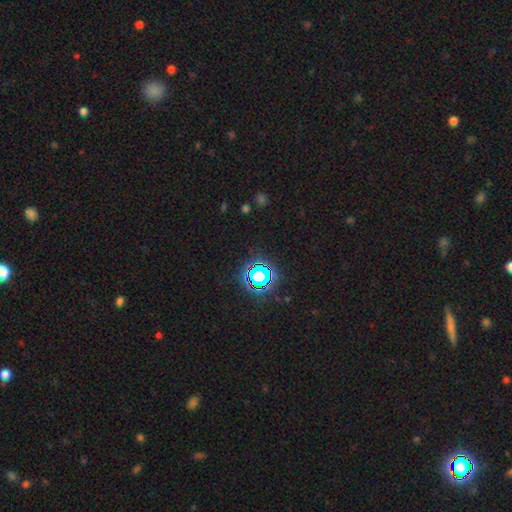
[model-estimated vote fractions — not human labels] Smooth or featured? Predicted: star or artifact (p=0.80).